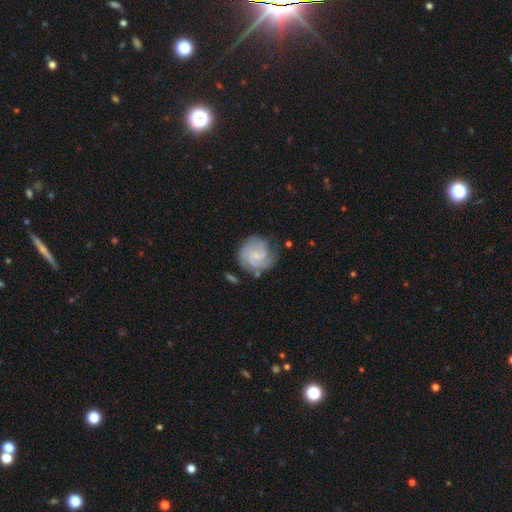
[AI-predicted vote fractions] Q: Smooth or featured?
A: featured or disk (79%); runner-up: smooth (16%)
Q: Edge-on disk?
A: no (98%); runner-up: yes (2%)
Q: Bar?
A: no (62%); runner-up: weak (34%)
Q: Spiral arms?
A: yes (96%); runner-up: no (4%)
Q: Spiral winding?
A: tight (66%); runner-up: medium (28%)
Q: Spiral arm count?
A: 2 (37%); runner-up: 3 (28%)
Q: Bulge size?
A: small (60%); runner-up: moderate (19%)
Q: Merging?
A: none (72%); runner-up: minor disturbance (18%)